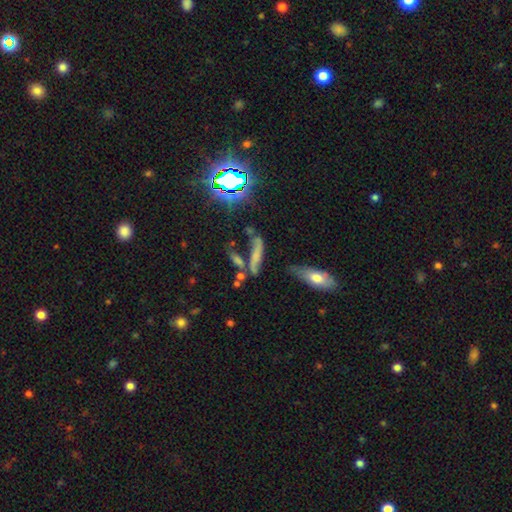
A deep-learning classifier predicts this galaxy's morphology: smooth 49%, featured or disk 30%, star or artifact 21%. Down the decision tree: merging — none (44%).